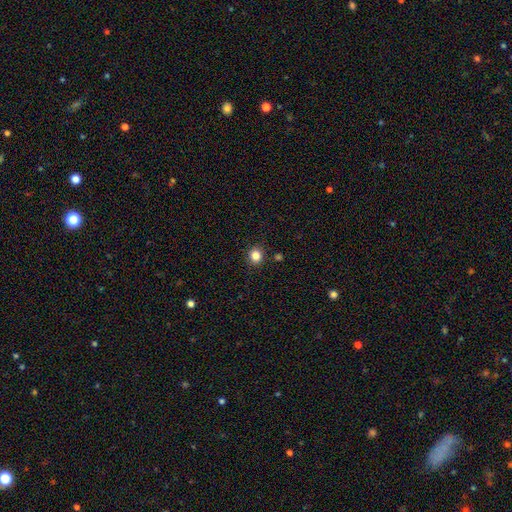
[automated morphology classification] smooth_or_featured: smooth (p=0.83) [alt: star or artifact p=0.12]
how_rounded: round (p=0.87) [alt: in between p=0.12]
merging: none (p=0.90) [alt: minor disturbance p=0.06]